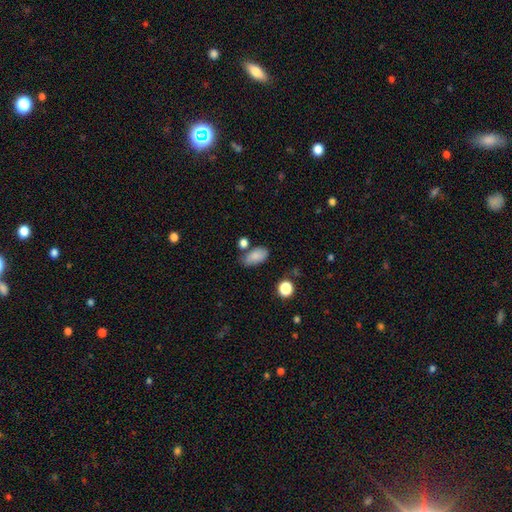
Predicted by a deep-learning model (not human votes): This is clearly a smooth galaxy (84%). How rounded: clearly in between (92%). Merging: likely none (66%).